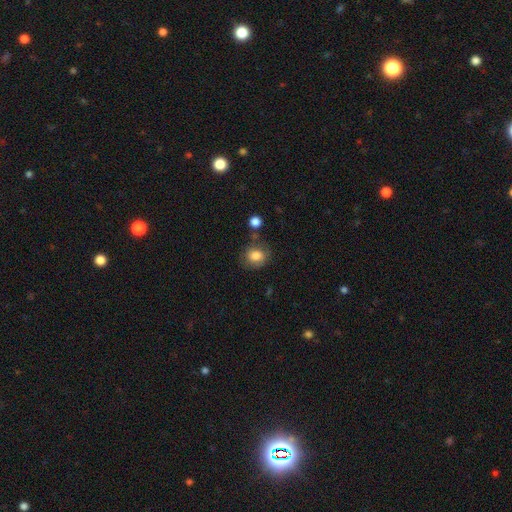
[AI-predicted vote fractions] Smooth or featured: smooth — 81% (featured or disk — 10%)
How rounded: round — 67% (in between — 32%)
Merging: none — 70% (minor disturbance — 18%)